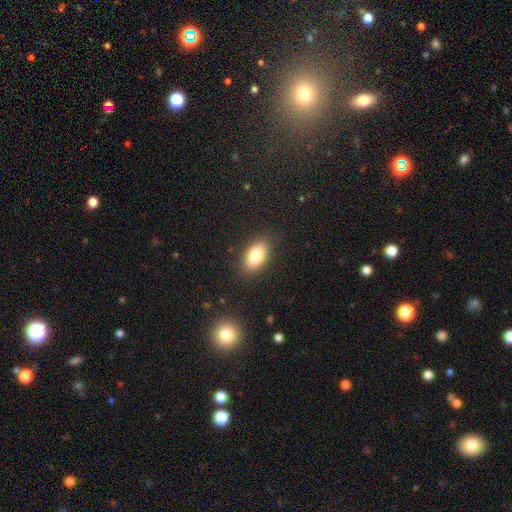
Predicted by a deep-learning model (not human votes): Smooth or featured: smooth — 82% (featured or disk — 10%)
How rounded: in between — 91% (round — 6%)
Merging: none — 85% (minor disturbance — 11%)